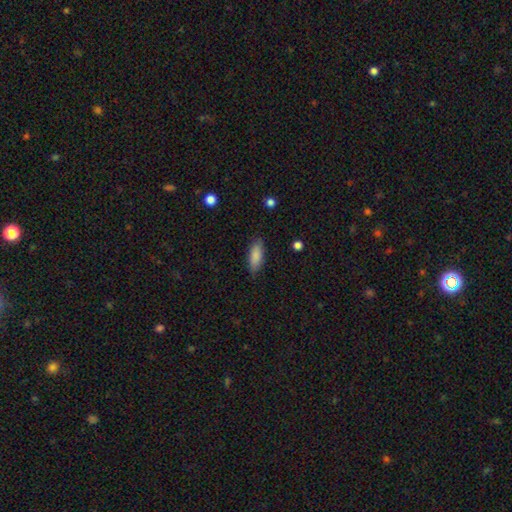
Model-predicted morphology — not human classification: Overall: smooth (86%). How rounded: in between (70%). Merging: none (84%).